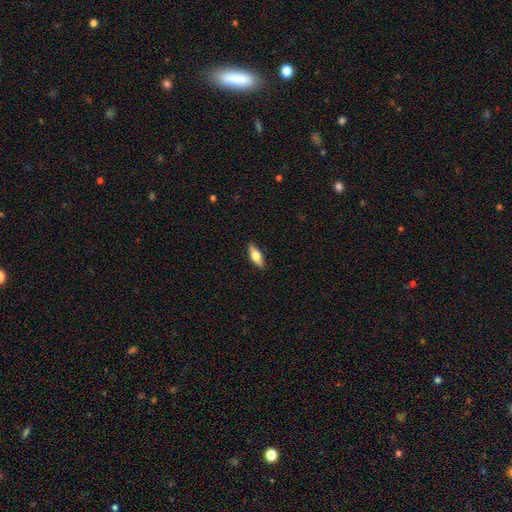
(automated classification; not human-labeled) smooth_or_featured: smooth (p=0.61) [alt: featured or disk p=0.32]
how_rounded: in between (p=0.64) [alt: cigar-shaped p=0.33]
merging: none (p=0.88) [alt: minor disturbance p=0.09]